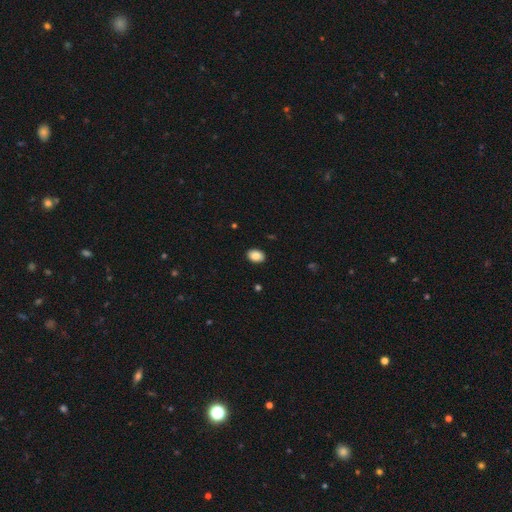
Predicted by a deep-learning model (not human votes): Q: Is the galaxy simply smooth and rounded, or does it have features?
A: smooth — 88%.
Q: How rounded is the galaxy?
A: in between — 78%.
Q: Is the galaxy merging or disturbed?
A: none — 90%.